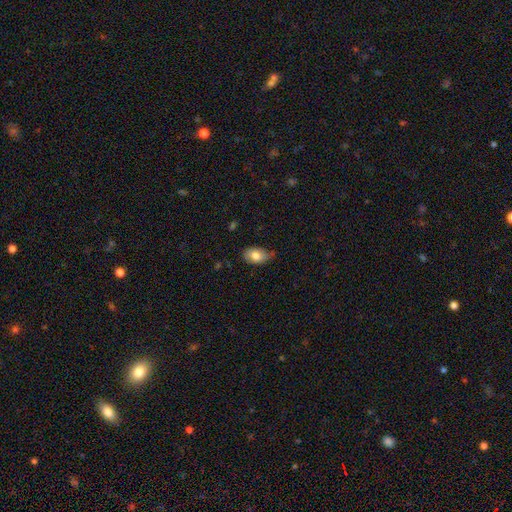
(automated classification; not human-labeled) Overall: smooth (79%). How rounded: in between (89%). Merging: none (66%; minor disturbance 28%).